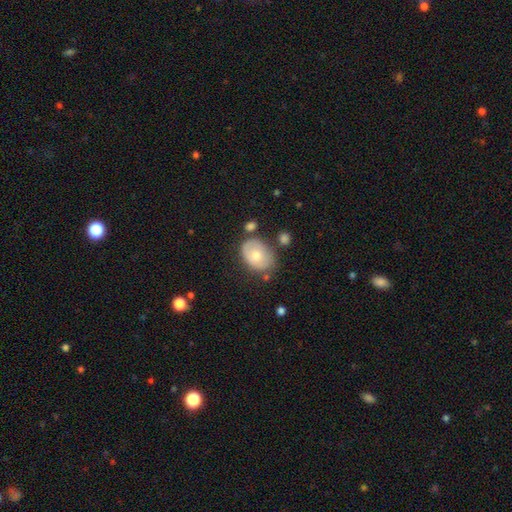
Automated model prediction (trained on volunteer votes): smooth-or-featured: smooth: 62% | featured or disk: 30% | star or artifact: 8%
  how-rounded: in between: 68% | round: 31% | cigar-shaped: 1%
  merging: none: 65% | minor disturbance: 23% | merger: 7% | major disturbance: 6%